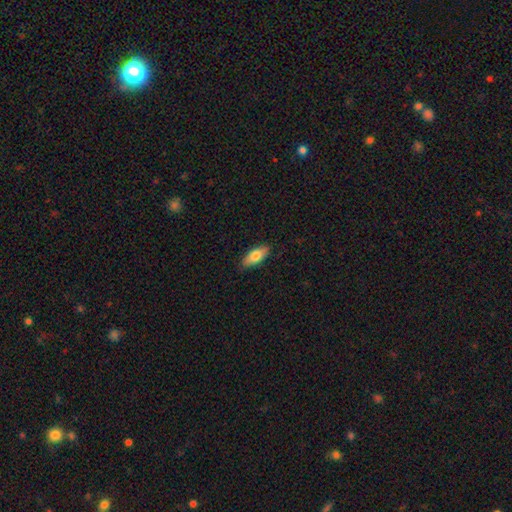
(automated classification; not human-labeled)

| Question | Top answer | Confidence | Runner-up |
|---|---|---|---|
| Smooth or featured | smooth | 78% | featured or disk (16%) |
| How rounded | in between | 80% | cigar-shaped (18%) |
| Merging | none | 85% | minor disturbance (12%) |